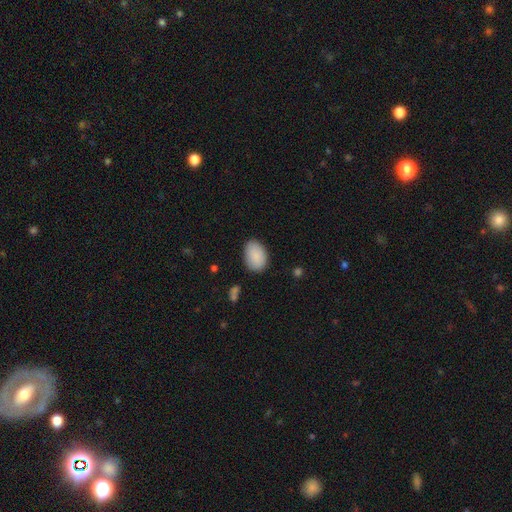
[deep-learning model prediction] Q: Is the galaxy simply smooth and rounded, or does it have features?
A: smooth — 89%.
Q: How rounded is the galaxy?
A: in between — 87%.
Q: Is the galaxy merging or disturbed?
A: none — 82%.